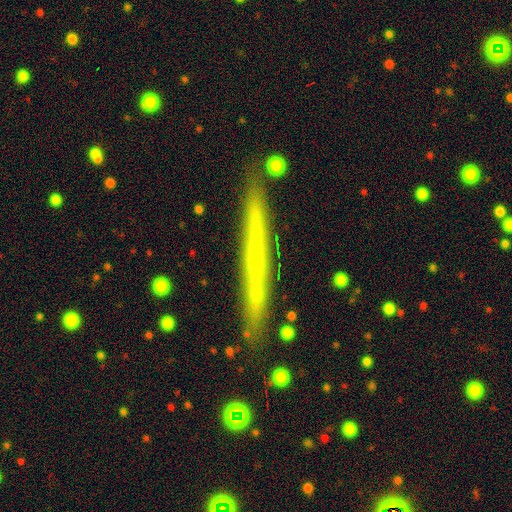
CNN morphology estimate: A featured or disk galaxy (49%). Merging: none (89%).